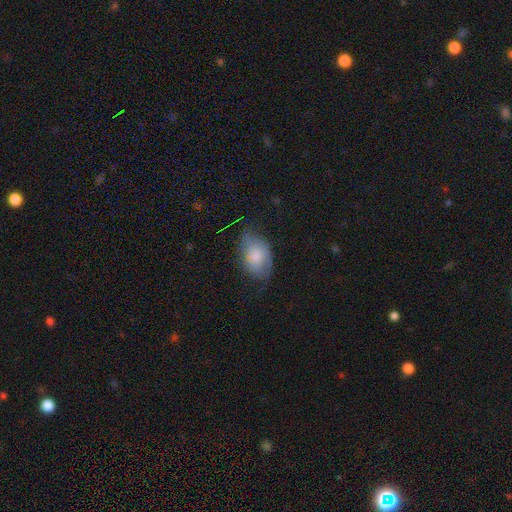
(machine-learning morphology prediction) The model was most divided on "merging": none: 53%, minor disturbance: 34%, major disturbance: 11%, merger: 1%. More confident: how rounded — in between (88%); smooth or featured — smooth (72%).